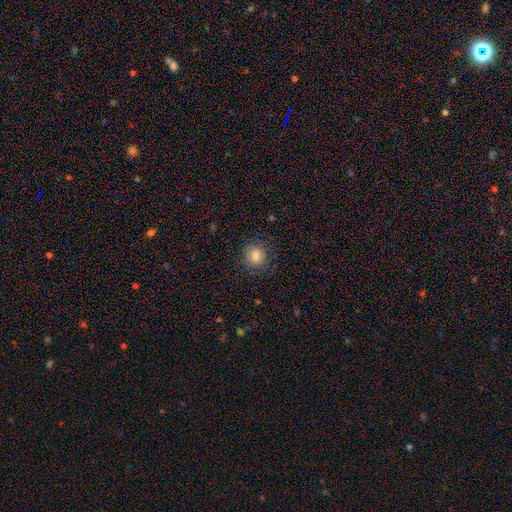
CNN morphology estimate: This appears to be a smooth galaxy with no disk features (82%) that is round (86%). Merging: none (87%).